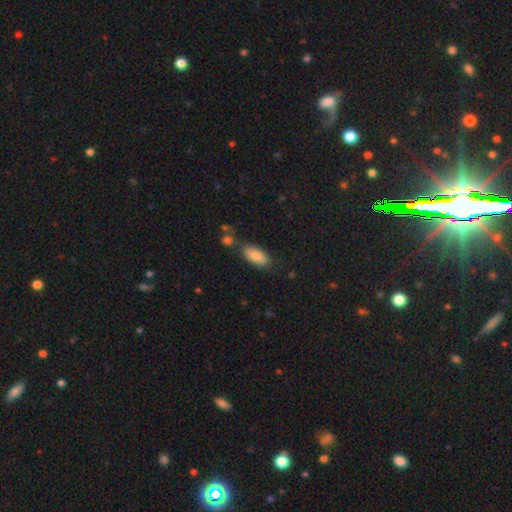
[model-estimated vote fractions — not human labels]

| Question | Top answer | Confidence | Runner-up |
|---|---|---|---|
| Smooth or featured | smooth | 87% | featured or disk (7%) |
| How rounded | in between | 88% | cigar-shaped (10%) |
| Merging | none | 73% | minor disturbance (17%) |